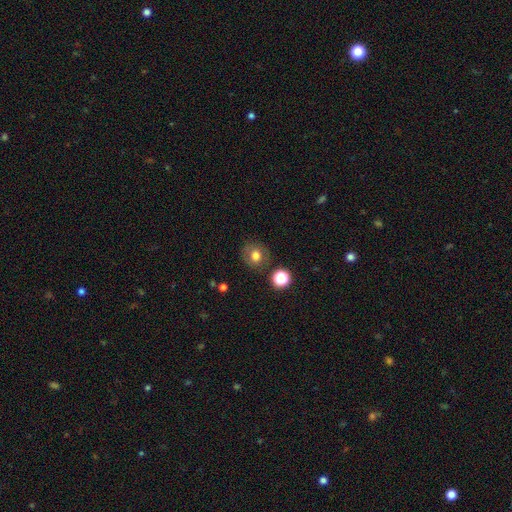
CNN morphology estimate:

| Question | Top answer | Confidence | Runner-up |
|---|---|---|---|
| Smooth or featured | smooth | 70% | featured or disk (17%) |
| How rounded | round | 84% | in between (15%) |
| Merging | none | 81% | minor disturbance (11%) |